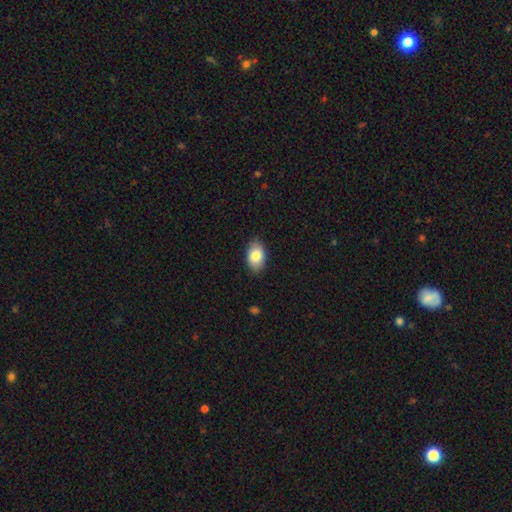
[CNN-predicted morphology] Overall: smooth (84%). How rounded: in between (90%). Merging: none (87%).